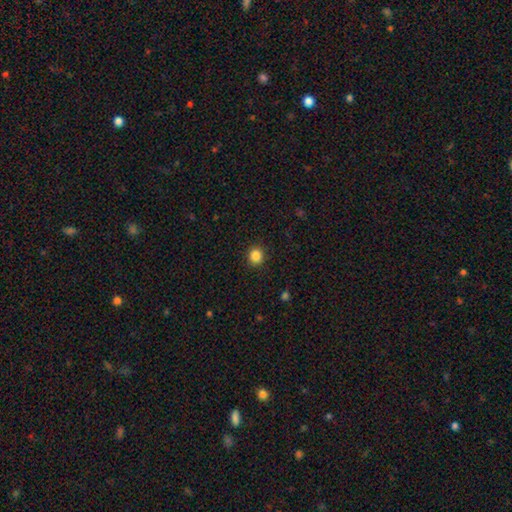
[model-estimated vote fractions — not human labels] Morphology: type=smooth (85%); roundness=round (87%); merging=none (91%).